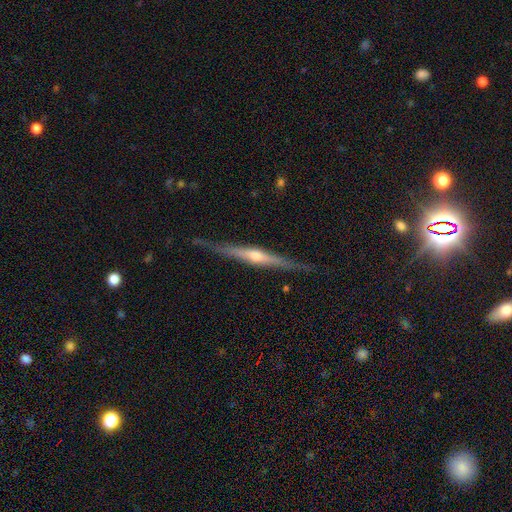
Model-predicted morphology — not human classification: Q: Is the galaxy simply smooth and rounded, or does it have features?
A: featured or disk — 79%.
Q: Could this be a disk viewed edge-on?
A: yes — 98%.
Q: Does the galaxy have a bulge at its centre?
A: rounded — 84%.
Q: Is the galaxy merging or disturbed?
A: none — 84%.